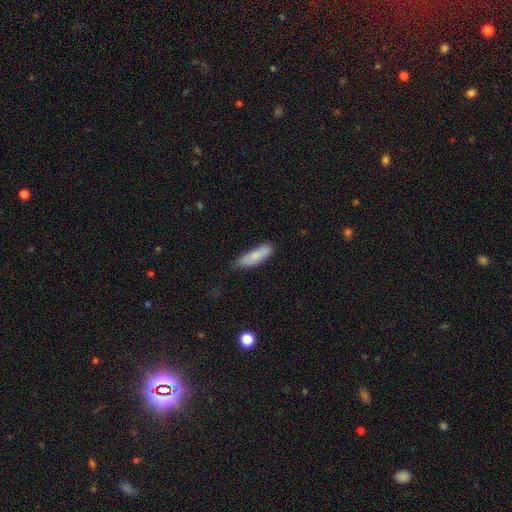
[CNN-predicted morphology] smooth-or-featured: smooth: 82% | featured or disk: 12% | star or artifact: 6%
  how-rounded: cigar-shaped: 53% | in between: 45% | round: 2%
  merging: none: 72% | minor disturbance: 23% | major disturbance: 4% | merger: 2%